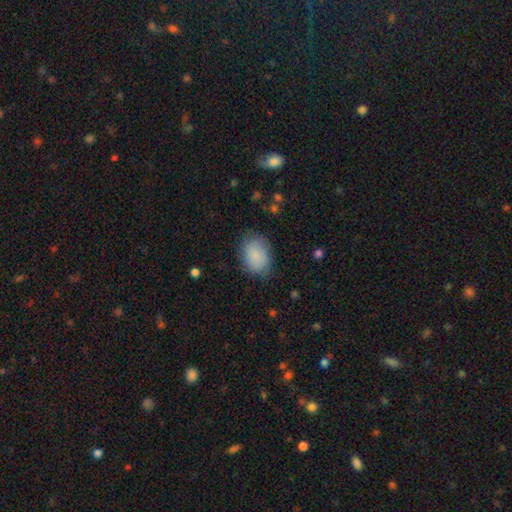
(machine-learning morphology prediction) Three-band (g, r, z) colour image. It shows a smooth galaxy with no disk features (86%) that is in between round and cigar-shaped (73%). Merging: none (77%).